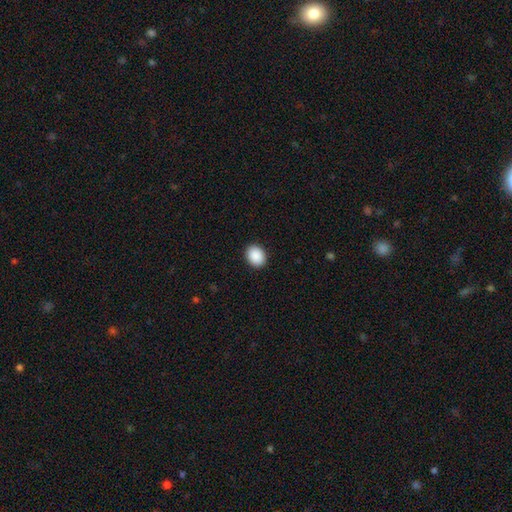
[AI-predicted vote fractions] Smooth or featured? smooth (90%)
How rounded? in between (53%)
Merging? none (91%)